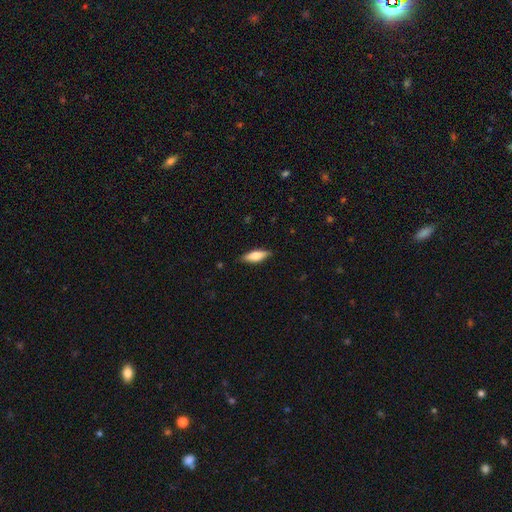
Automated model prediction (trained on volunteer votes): Smooth or featured? Predicted: smooth (p=0.64). How rounded? Predicted: in between (p=0.54). Merging? Predicted: none (p=0.86).